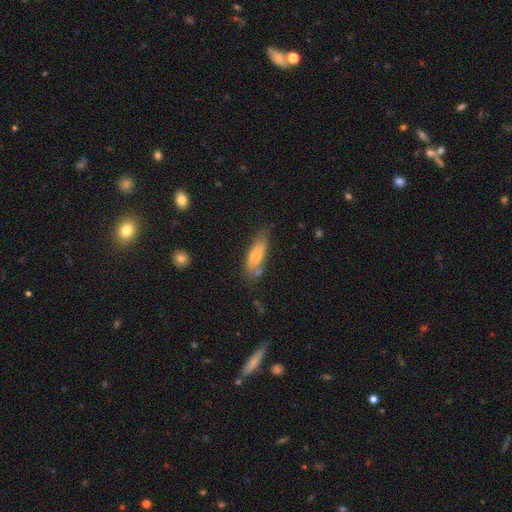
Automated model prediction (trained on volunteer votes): smooth-or-featured: smooth: 68% | featured or disk: 25% | star or artifact: 7%
  how-rounded: in between: 63% | cigar-shaped: 35% | round: 2%
  merging: none: 51% | minor disturbance: 29% | major disturbance: 11% | merger: 8%